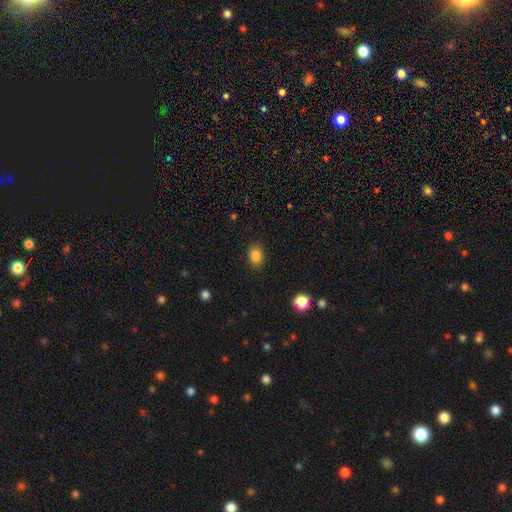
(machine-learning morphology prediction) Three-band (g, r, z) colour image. It shows a smooth galaxy with no disk features (85%) that is in between round and cigar-shaped (66%). Merging: none (87%).